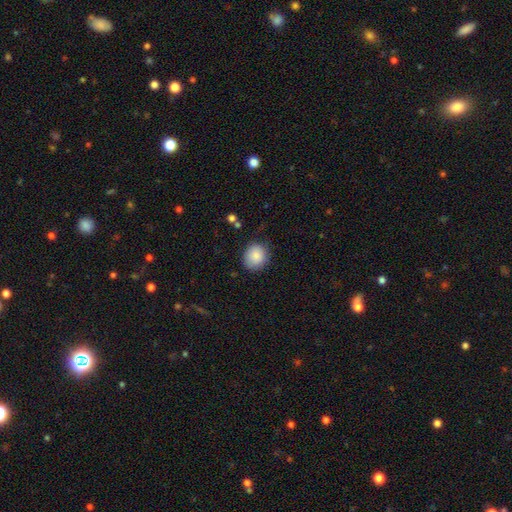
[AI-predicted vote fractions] smooth-or-featured: smooth: 87% | star or artifact: 8% | featured or disk: 5%
  how-rounded: round: 74% | in between: 25% | cigar-shaped: 1%
  merging: none: 82% | minor disturbance: 13% | major disturbance: 3% | merger: 1%